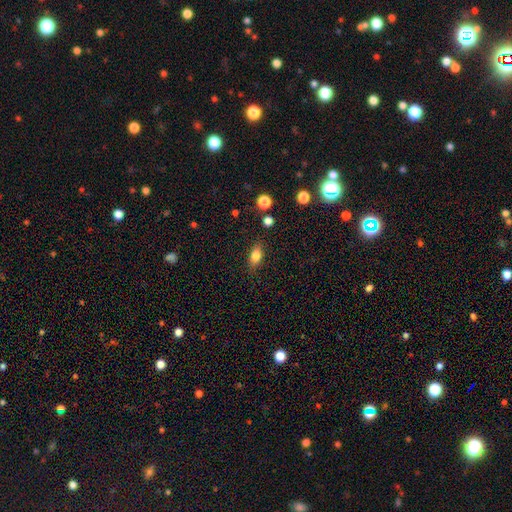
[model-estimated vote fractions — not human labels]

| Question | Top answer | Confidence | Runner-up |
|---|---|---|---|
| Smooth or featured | smooth | 80% | featured or disk (10%) |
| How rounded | in between | 80% | round (11%) |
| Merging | none | 84% | minor disturbance (11%) |